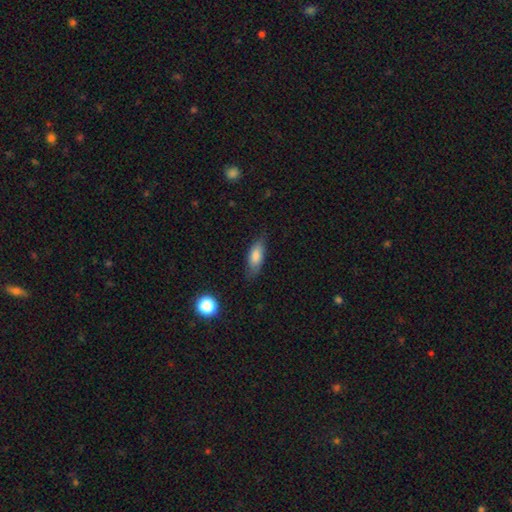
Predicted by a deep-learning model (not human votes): This is likely a smooth galaxy (79%). How rounded: likely in between (72%). Merging: likely none (77%).